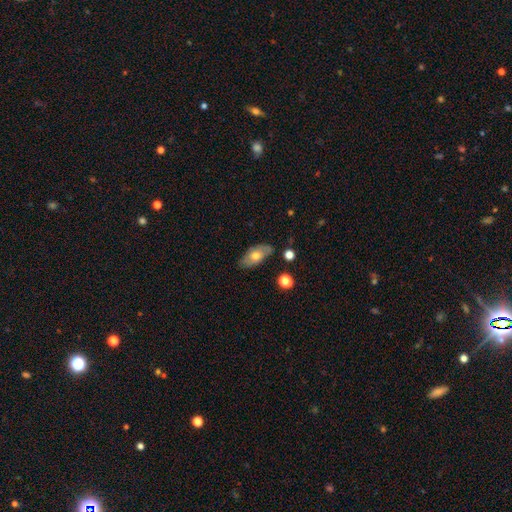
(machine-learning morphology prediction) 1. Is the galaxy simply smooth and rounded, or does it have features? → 59% smooth, 34% featured or disk, 7% star or artifact.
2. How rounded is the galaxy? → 88% in between, 7% cigar-shaped, 5% round.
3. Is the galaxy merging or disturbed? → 75% none, 18% minor disturbance, 4% major disturbance, 3% merger.